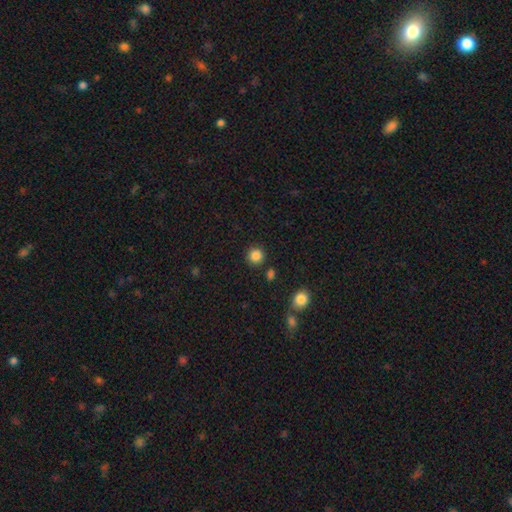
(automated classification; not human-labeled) Overall: smooth (86%). How rounded: round (93%). Merging: none (86%).